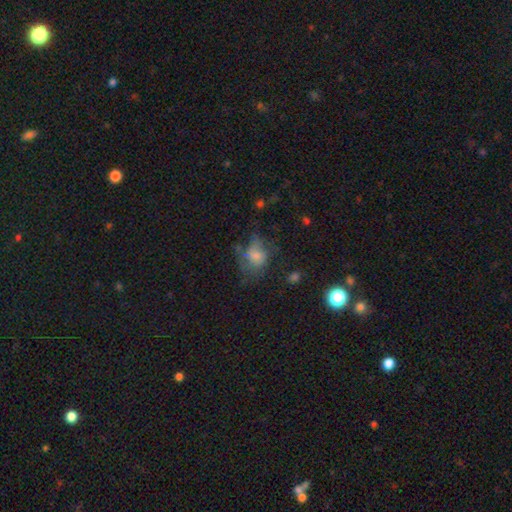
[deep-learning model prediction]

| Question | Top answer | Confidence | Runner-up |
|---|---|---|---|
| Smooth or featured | smooth | 62% | featured or disk (25%) |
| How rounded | round | 52% | in between (46%) |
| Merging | none | 39% | major disturbance (31%) |